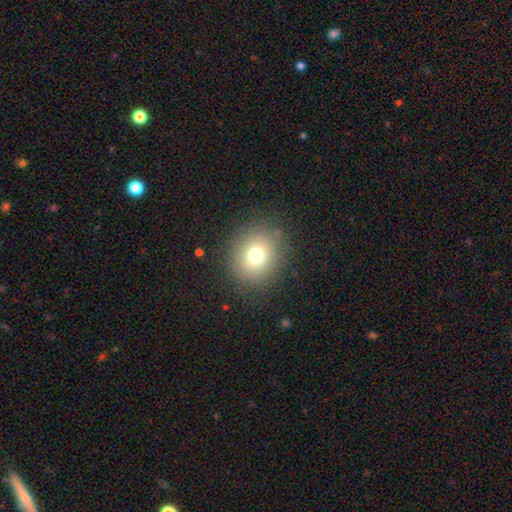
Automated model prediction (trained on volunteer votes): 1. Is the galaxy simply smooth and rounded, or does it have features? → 74% smooth, 15% star or artifact, 11% featured or disk.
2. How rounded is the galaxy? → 82% round, 17% in between, 1% cigar-shaped.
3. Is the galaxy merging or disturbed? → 86% none, 9% minor disturbance, 4% major disturbance, 1% merger.